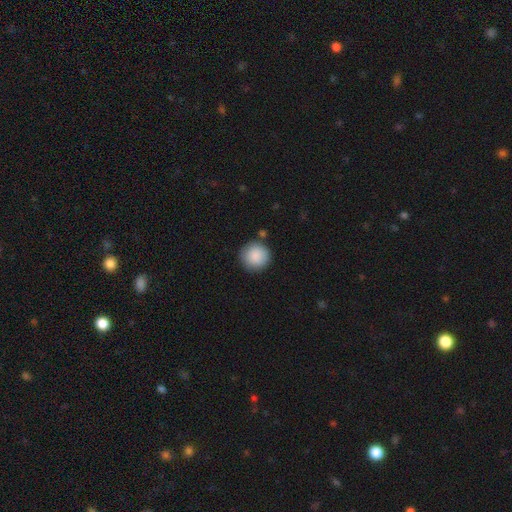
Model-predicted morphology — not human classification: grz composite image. It shows a smooth galaxy with no disk features (89%) that is round (95%). Merging: none (87%).